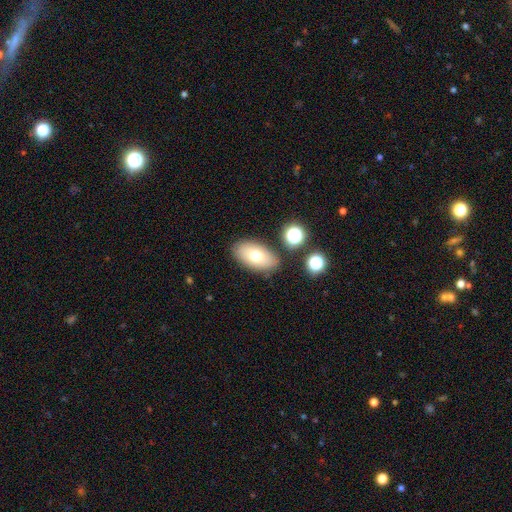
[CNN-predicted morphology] Overall: smooth (73%). How rounded: in between (92%). Merging: none (83%).